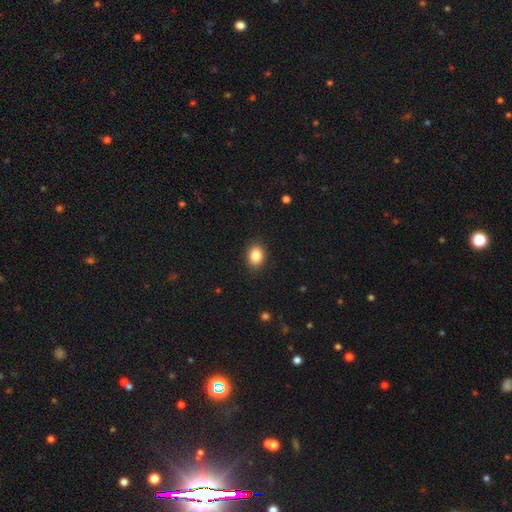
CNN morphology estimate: This is clearly a smooth galaxy (86%). How rounded: likely in between (61%). Merging: clearly none (88%).